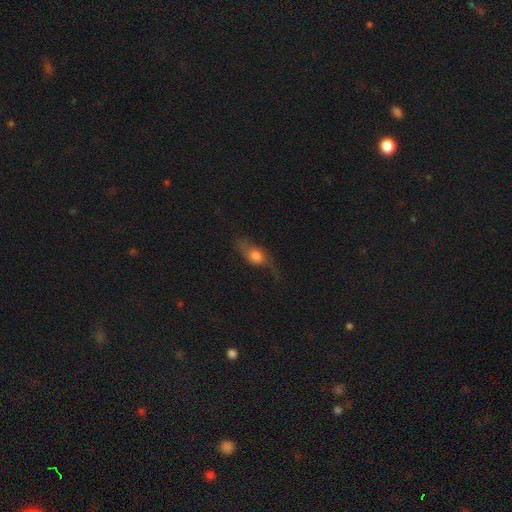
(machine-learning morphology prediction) smooth_or_featured: smooth (p=0.57) [alt: featured or disk p=0.34]
how_rounded: in between (p=0.68) [alt: round p=0.18]
merging: none (p=0.39) [alt: major disturbance p=0.30]